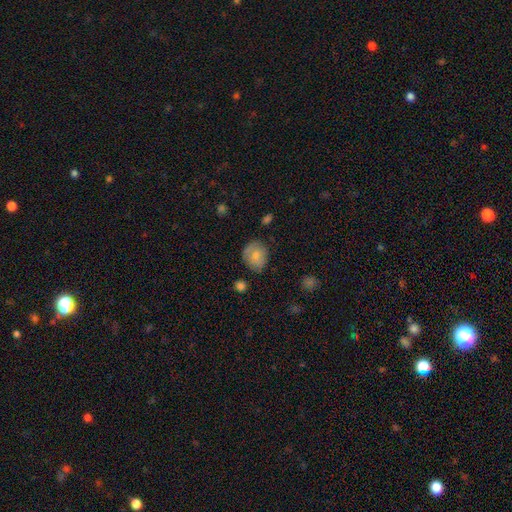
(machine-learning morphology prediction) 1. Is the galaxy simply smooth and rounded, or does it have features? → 75% smooth, 18% featured or disk, 8% star or artifact.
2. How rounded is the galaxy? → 68% round, 31% in between, 1% cigar-shaped.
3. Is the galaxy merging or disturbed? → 70% none, 23% minor disturbance, 5% major disturbance, 2% merger.